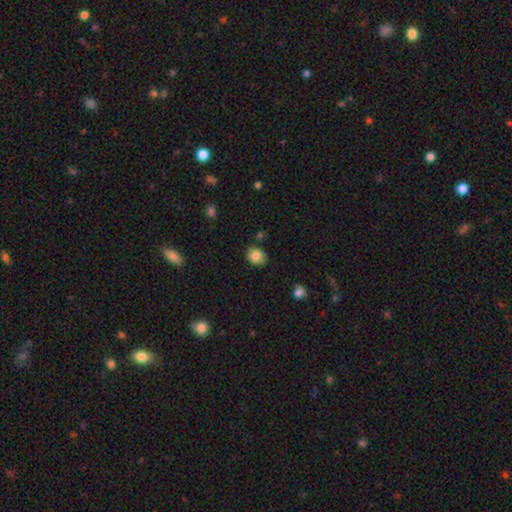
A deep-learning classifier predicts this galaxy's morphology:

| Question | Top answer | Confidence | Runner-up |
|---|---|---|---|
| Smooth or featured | smooth | 84% | star or artifact (9%) |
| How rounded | round | 59% | in between (40%) |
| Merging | none | 78% | minor disturbance (16%) |